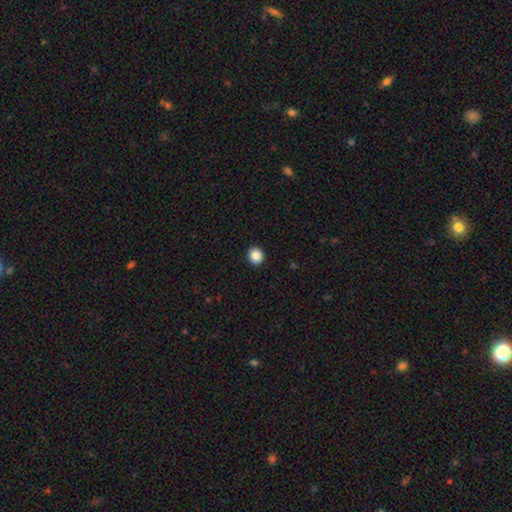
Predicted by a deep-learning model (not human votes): smooth_or_featured: smooth (p=0.87) [alt: star or artifact p=0.10]
how_rounded: round (p=0.93) [alt: in between p=0.06]
merging: none (p=0.94) [alt: minor disturbance p=0.04]